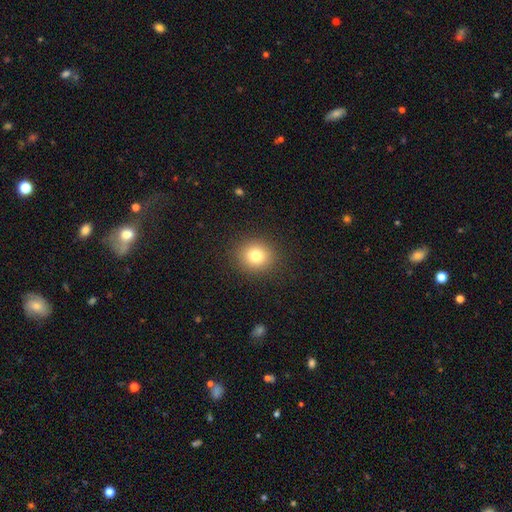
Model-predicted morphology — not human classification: smooth_or_featured: smooth (p=0.79) [alt: star or artifact p=0.12]
how_rounded: round (p=0.83) [alt: in between p=0.17]
merging: none (p=0.90) [alt: minor disturbance p=0.07]